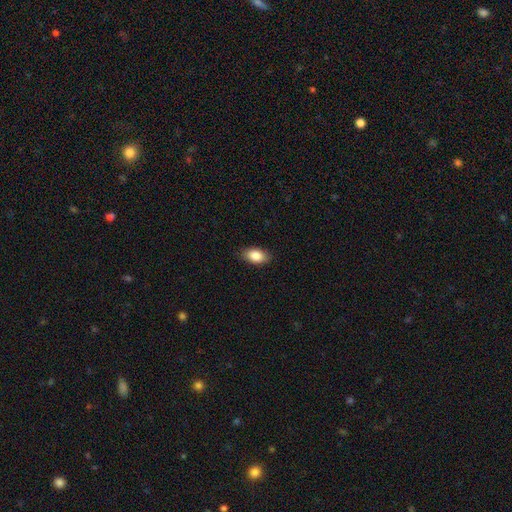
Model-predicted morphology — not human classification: Overall: smooth (87%). How rounded: in between (92%). Merging: none (87%).